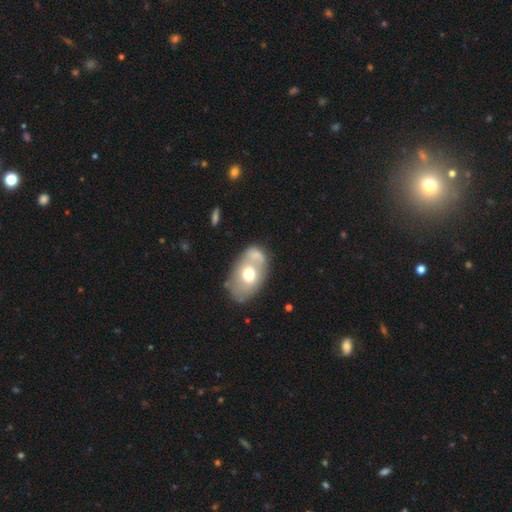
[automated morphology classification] Q: Smooth or featured?
A: smooth (53%); runner-up: featured or disk (39%)
Q: How rounded?
A: in between (82%); runner-up: round (16%)
Q: Merging?
A: none (49%); runner-up: merger (22%)